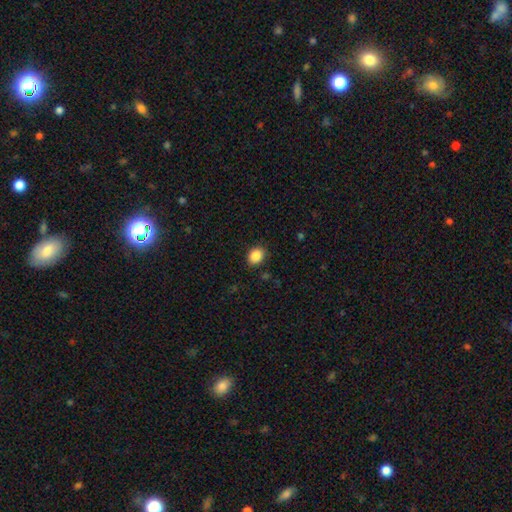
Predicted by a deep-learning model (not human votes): Smooth or featured: smooth — 88% (star or artifact — 9%)
How rounded: in between — 59% (round — 40%)
Merging: none — 86% (minor disturbance — 10%)